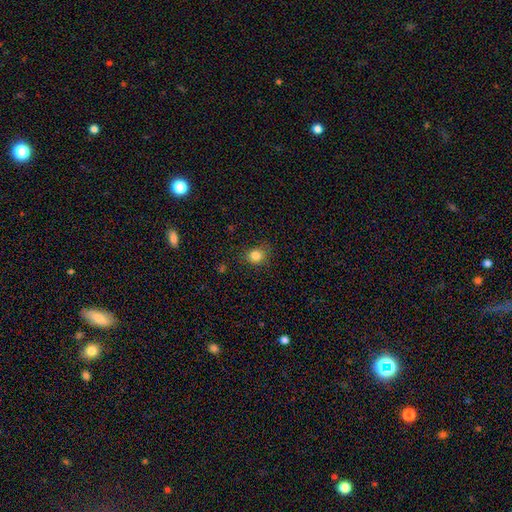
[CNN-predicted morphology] A smooth galaxy with no disk features (83%) that is round (76%).

Vote fractions:
- Smooth or featured? smooth: 83% / star or artifact: 12% / featured or disk: 5%
- How rounded? round: 76% / in between: 23% / cigar-shaped: 1%
- Merging? none: 83% / minor disturbance: 12% / major disturbance: 4% / merger: 1%